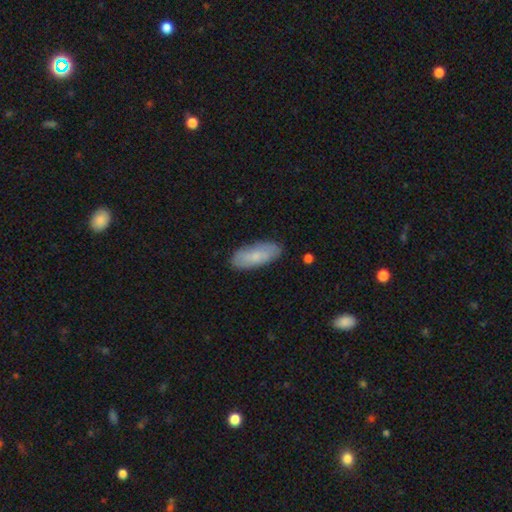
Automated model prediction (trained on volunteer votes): This is likely a smooth galaxy (73%). How rounded: likely in between (79%). Merging: clearly none (84%).